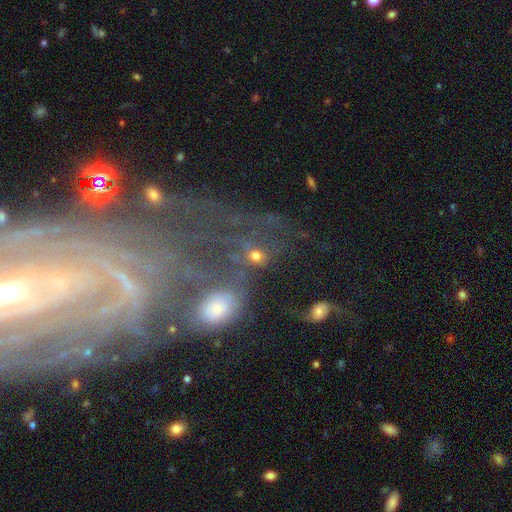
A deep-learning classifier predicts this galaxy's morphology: Smooth or featured?
  - smooth: 36% *
  - star or artifact: 32%
  - featured or disk: 32%
Merging?
  - none: 50% *
  - merger: 19%
  - major disturbance: 15%
  - minor disturbance: 15%